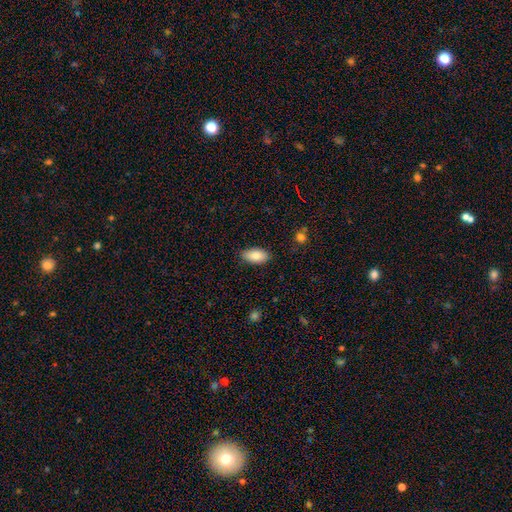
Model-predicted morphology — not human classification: Smooth or featured? Predicted: smooth (p=0.87). How rounded? Predicted: in between (p=0.93). Merging? Predicted: none (p=0.84).